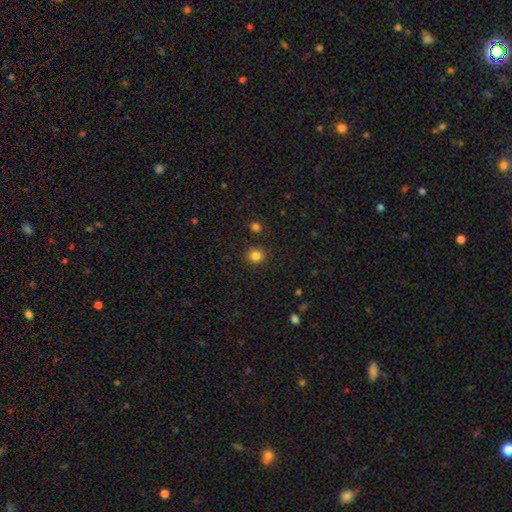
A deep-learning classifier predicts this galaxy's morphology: Q: Smooth or featured?
A: smooth (83%); runner-up: star or artifact (13%)
Q: How rounded?
A: round (88%); runner-up: in between (11%)
Q: Merging?
A: none (90%); runner-up: minor disturbance (6%)